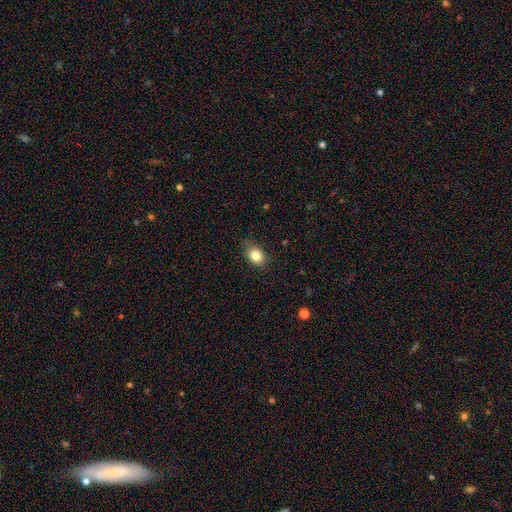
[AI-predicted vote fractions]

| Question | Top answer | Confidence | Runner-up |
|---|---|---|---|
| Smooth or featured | smooth | 83% | star or artifact (9%) |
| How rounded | in between | 67% | round (32%) |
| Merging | none | 77% | minor disturbance (18%) |